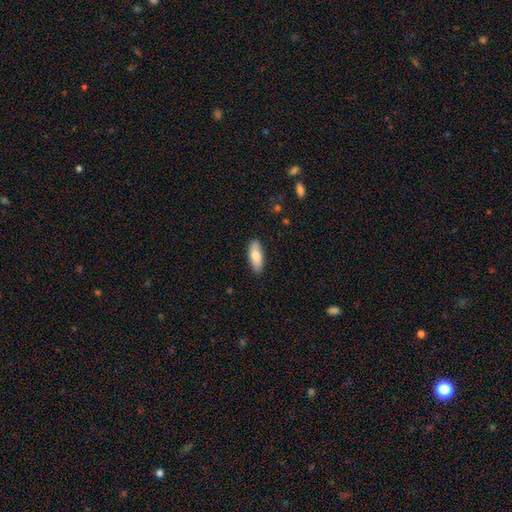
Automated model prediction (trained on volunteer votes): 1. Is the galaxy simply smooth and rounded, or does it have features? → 81% smooth, 14% featured or disk, 5% star or artifact.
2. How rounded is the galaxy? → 75% in between, 23% cigar-shaped, 2% round.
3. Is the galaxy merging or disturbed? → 88% none, 9% minor disturbance, 2% major disturbance, 1% merger.